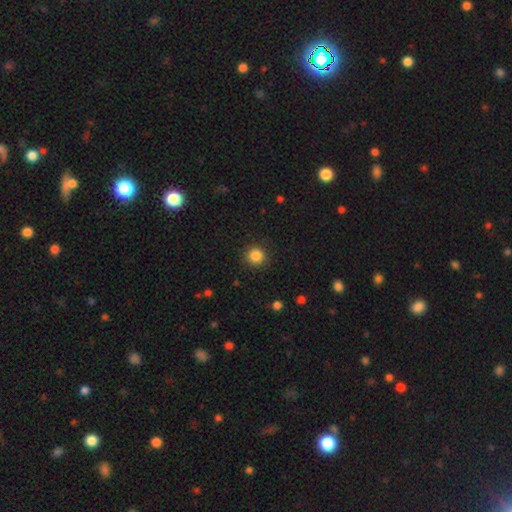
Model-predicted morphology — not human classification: type=smooth (85%); roundness=round (94%); merging=none (90%).